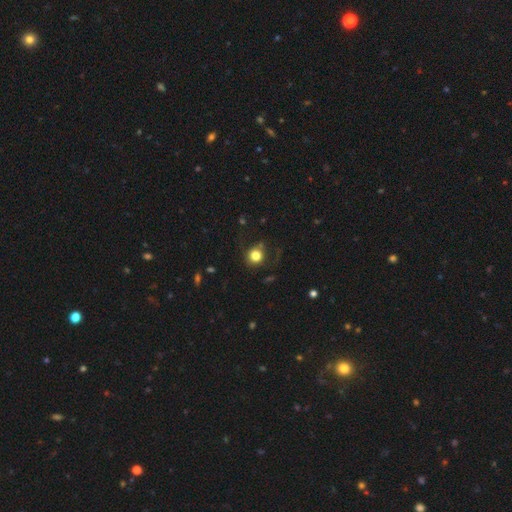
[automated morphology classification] smooth-or-featured: smooth: 81% | star or artifact: 12% | featured or disk: 7%
  how-rounded: round: 88% | in between: 11% | cigar-shaped: 1%
  merging: none: 73% | minor disturbance: 16% | major disturbance: 8% | merger: 2%